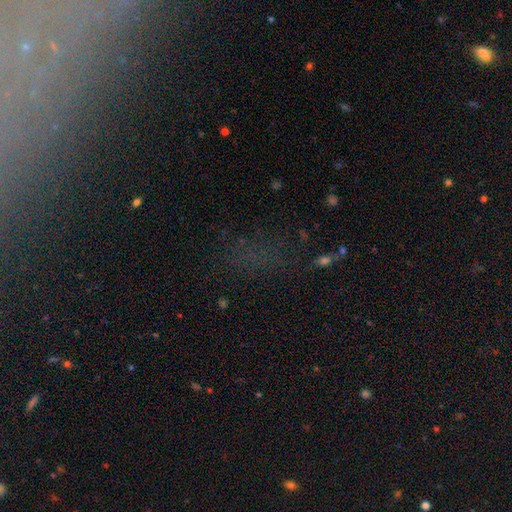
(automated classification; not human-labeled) Smooth or featured?
  - star or artifact: 56% *
  - featured or disk: 22%
  - smooth: 22%